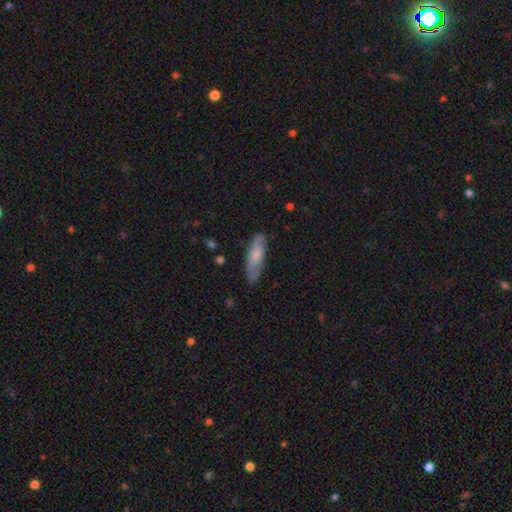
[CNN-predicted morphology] type=smooth (68%); roundness=in between (52%); merging=none (75%).